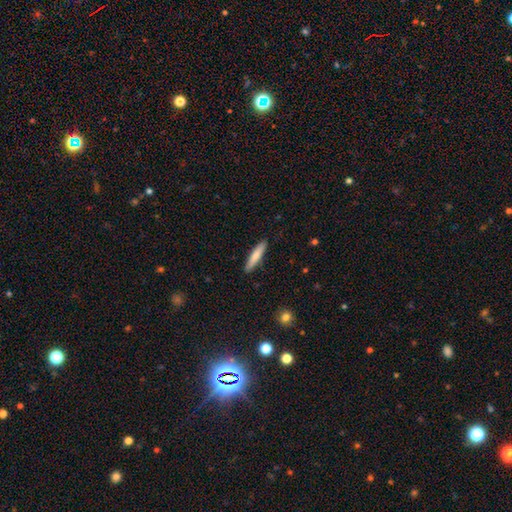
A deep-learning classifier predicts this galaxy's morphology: Overall: smooth (76%). How rounded: cigar-shaped (88%). Merging: none (90%).